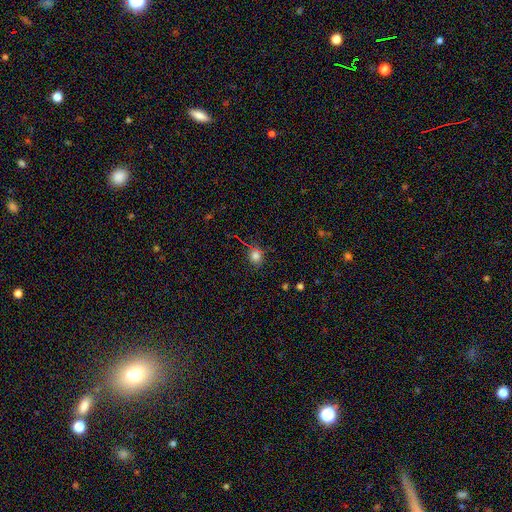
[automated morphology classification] This appears to be a smooth galaxy with no disk features (72%) that is round (81%). Merging: none (82%).